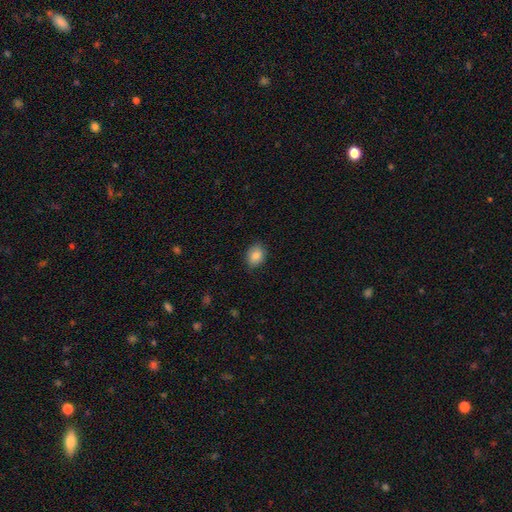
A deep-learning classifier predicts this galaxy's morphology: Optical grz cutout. It shows a smooth galaxy with no disk features (86%) that is in between round and cigar-shaped (65%). Merging: none (83%).